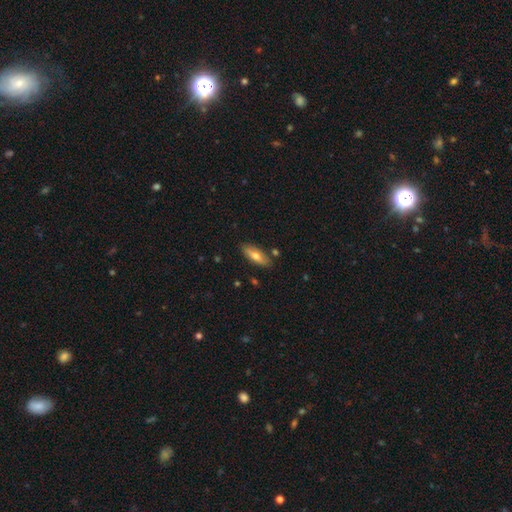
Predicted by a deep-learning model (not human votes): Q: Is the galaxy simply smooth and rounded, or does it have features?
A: smooth — 66%.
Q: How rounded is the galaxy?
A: in between — 61%.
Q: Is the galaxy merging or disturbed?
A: none — 83%.